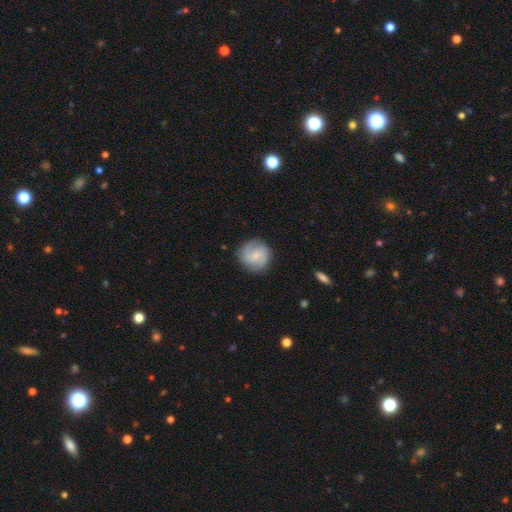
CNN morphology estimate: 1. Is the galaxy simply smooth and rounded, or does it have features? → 61% featured or disk, 33% smooth, 7% star or artifact.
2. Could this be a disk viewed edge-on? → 98% no, 2% yes.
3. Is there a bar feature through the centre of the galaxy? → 55% no, 39% weak, 6% strong.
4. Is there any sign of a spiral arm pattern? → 93% yes, 7% no.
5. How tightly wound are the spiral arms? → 45% medium, 39% tight, 16% loose.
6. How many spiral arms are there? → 51% 2, 20% 3, 17% can't tell, 4% 1, 4% 4, 3% more than 4.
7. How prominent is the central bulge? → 65% small, 23% moderate, 9% none, 2% large, 1% dominant.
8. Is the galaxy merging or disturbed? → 82% none, 13% minor disturbance, 4% major disturbance, 1% merger.